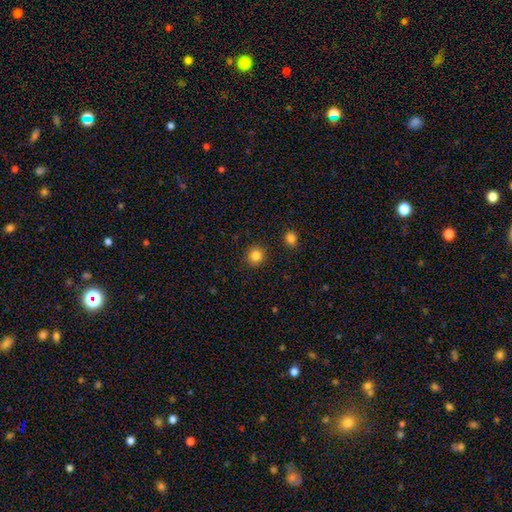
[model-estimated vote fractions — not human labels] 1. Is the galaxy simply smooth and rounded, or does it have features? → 83% smooth, 12% star or artifact, 5% featured or disk.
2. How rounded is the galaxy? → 91% round, 8% in between, 1% cigar-shaped.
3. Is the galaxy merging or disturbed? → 91% none, 5% minor disturbance, 2% major disturbance, 2% merger.